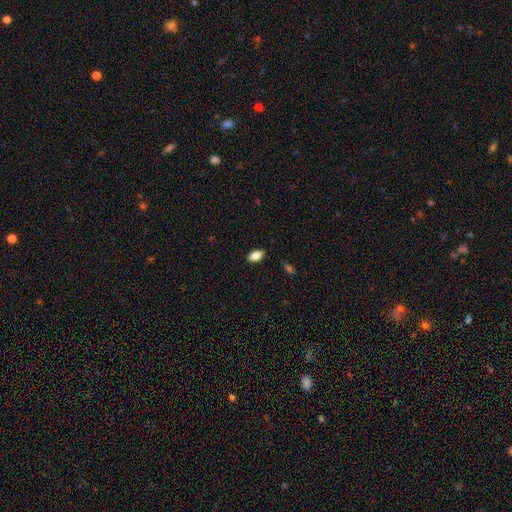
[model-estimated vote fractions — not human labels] Smooth or featured: smooth — 82% (featured or disk — 10%)
How rounded: in between — 91% (round — 5%)
Merging: none — 87% (minor disturbance — 10%)